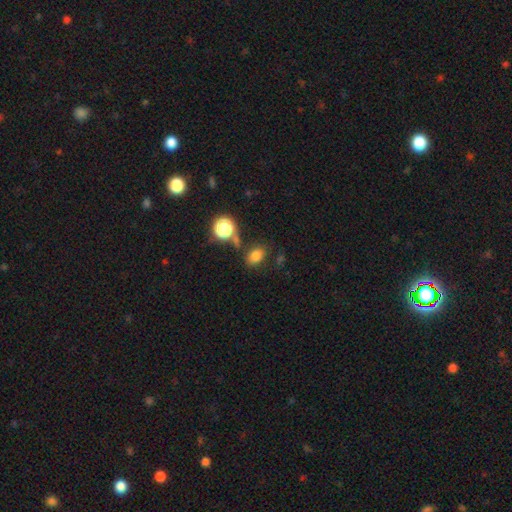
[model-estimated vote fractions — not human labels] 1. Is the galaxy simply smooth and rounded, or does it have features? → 78% smooth, 15% star or artifact, 7% featured or disk.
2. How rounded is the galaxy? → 73% in between, 26% round, 1% cigar-shaped.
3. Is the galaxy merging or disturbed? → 73% none, 14% minor disturbance, 9% merger, 5% major disturbance.